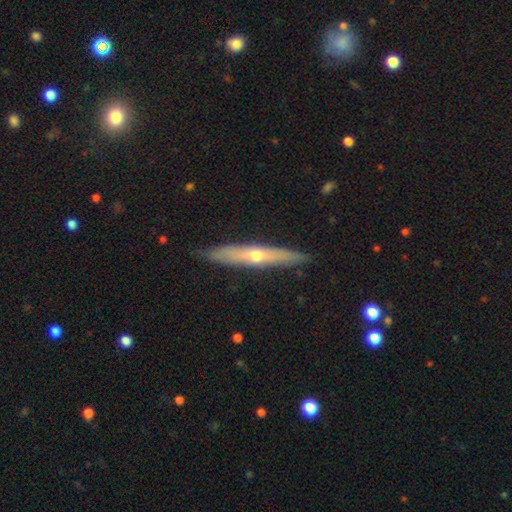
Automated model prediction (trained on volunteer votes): A featured or disk galaxy (67%) viewed edge-on (92%) with a rounded central bulge (82%). Merging: none (90%).